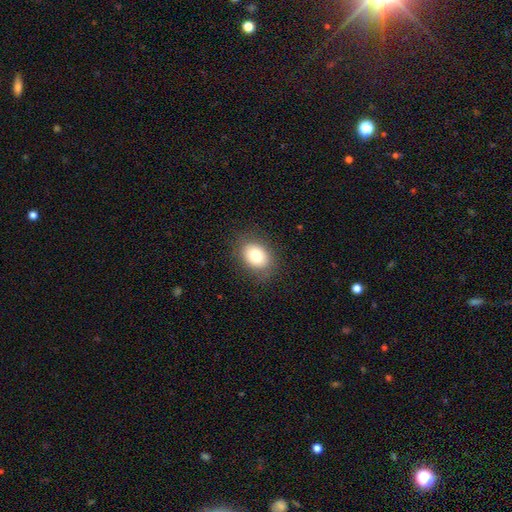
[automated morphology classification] A smooth galaxy with no disk features (78%) that is in between round and cigar-shaped (58%).

Vote fractions:
- Smooth or featured? smooth: 78% / featured or disk: 12% / star or artifact: 10%
- How rounded? in between: 58% / round: 41% / cigar-shaped: 1%
- Merging? none: 83% / minor disturbance: 12% / major disturbance: 4% / merger: 1%